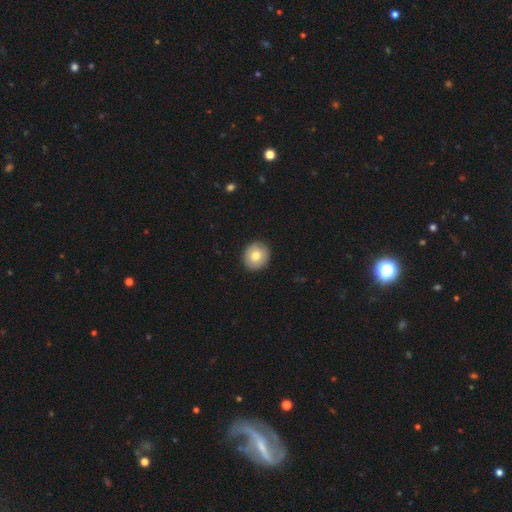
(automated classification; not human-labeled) A smooth galaxy with no disk features (76%) that is round (85%).

Vote fractions:
- Smooth or featured? smooth: 76% / featured or disk: 17% / star or artifact: 7%
- How rounded? round: 85% / in between: 14% / cigar-shaped: 1%
- Merging? none: 91% / minor disturbance: 7% / major disturbance: 2% / merger: 1%